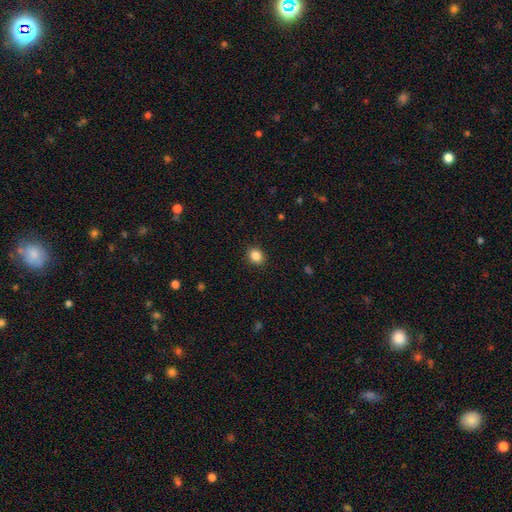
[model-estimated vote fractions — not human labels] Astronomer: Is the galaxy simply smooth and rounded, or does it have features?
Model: smooth — 86%.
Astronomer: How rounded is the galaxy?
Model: round — 62% (runner-up: in between, 37%).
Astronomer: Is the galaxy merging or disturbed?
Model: none — 90%.